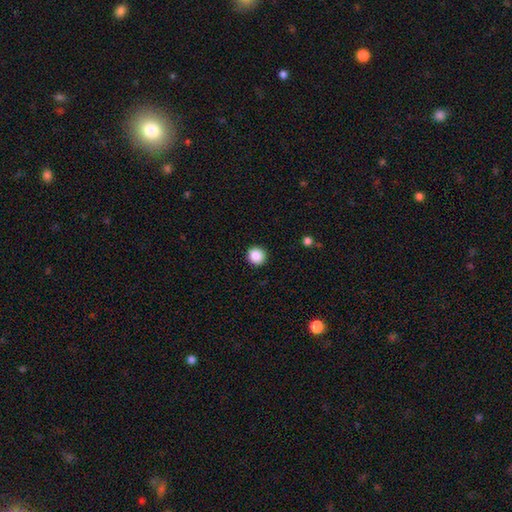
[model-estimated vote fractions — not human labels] This is clearly a smooth galaxy (88%). How rounded: clearly round (94%). Merging: clearly none (93%).